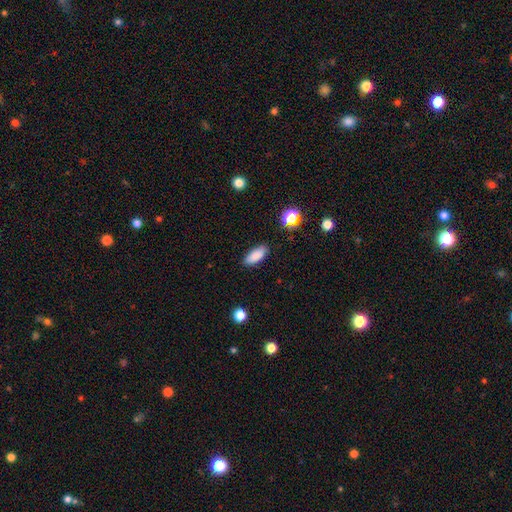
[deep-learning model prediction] This is clearly a smooth galaxy (86%). How rounded: likely in between (78%). Merging: clearly none (87%).